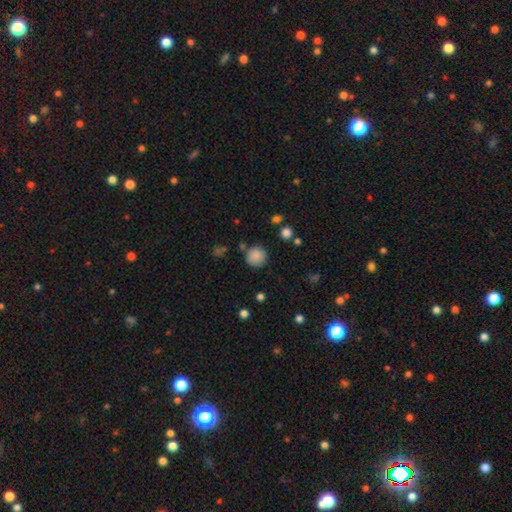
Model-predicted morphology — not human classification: Smooth or featured?
  - smooth: 86% *
  - star or artifact: 9%
  - featured or disk: 4%
How rounded?
  - round: 93% *
  - in between: 6%
  - cigar-shaped: 1%
Merging?
  - none: 82% *
  - minor disturbance: 11%
  - merger: 4%
  - major disturbance: 3%